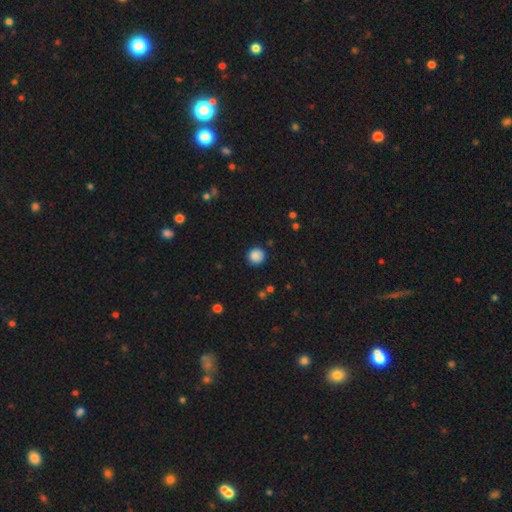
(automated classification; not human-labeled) smooth_or_featured: smooth (p=0.87) [alt: star or artifact p=0.10]
how_rounded: round (p=0.94) [alt: in between p=0.05]
merging: none (p=0.89) [alt: minor disturbance p=0.07]